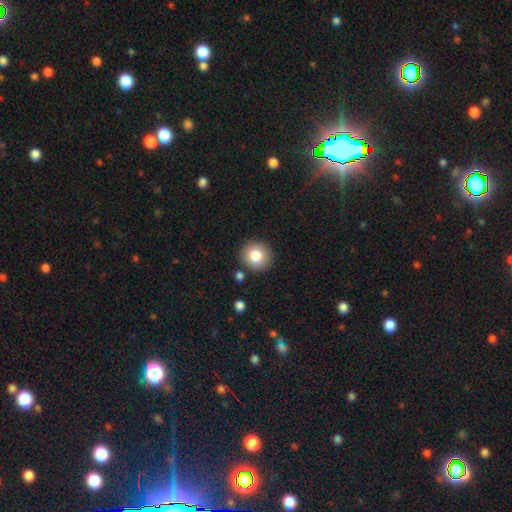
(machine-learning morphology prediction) Smooth or featured: smooth — 82% (star or artifact — 9%)
How rounded: round — 90% (in between — 9%)
Merging: none — 87% (minor disturbance — 7%)